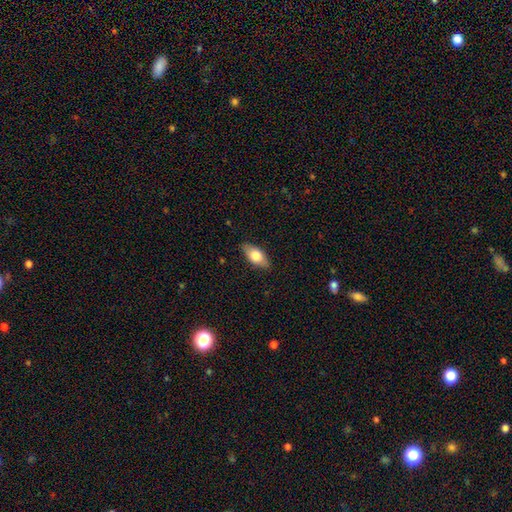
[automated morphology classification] smooth_or_featured: smooth (p=0.73) [alt: featured or disk p=0.20]
how_rounded: in between (p=0.89) [alt: cigar-shaped p=0.08]
merging: none (p=0.85) [alt: minor disturbance p=0.12]